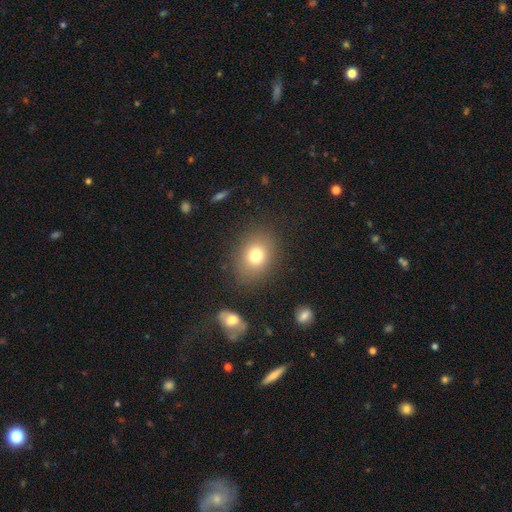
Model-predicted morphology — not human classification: Smooth or featured? Predicted: smooth (p=0.77). How rounded? Predicted: in between (p=0.53). Merging? Predicted: none (p=0.82).